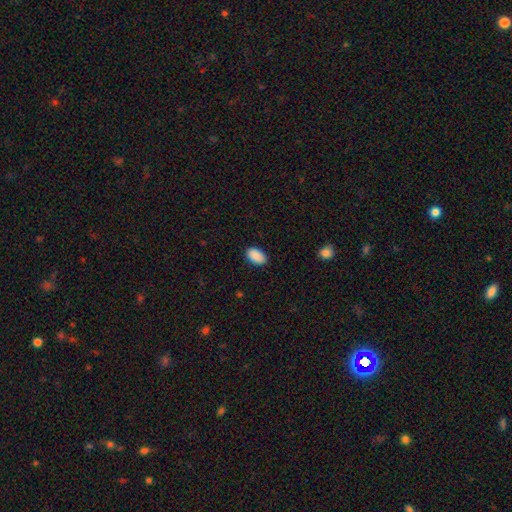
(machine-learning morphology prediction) Smooth or featured? smooth (91%)
How rounded? in between (93%)
Merging? none (88%)